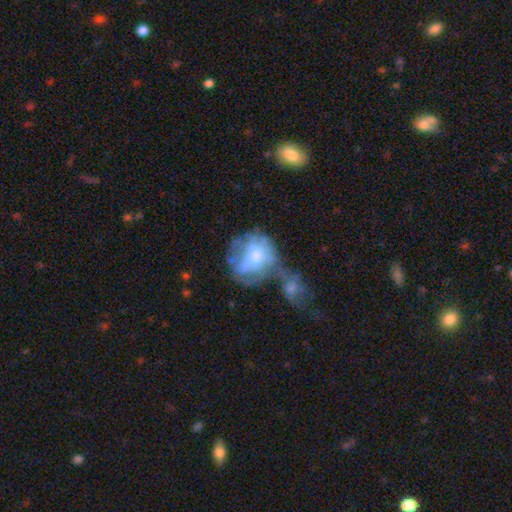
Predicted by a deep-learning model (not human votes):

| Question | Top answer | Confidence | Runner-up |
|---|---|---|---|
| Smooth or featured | featured or disk | 54% | smooth (37%) |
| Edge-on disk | no | 96% | yes (4%) |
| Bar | no | 78% | weak (18%) |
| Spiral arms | no | 65% | yes (35%) |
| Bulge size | moderate | 57% | small (28%) |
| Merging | merger | 42% | major disturbance (22%) |